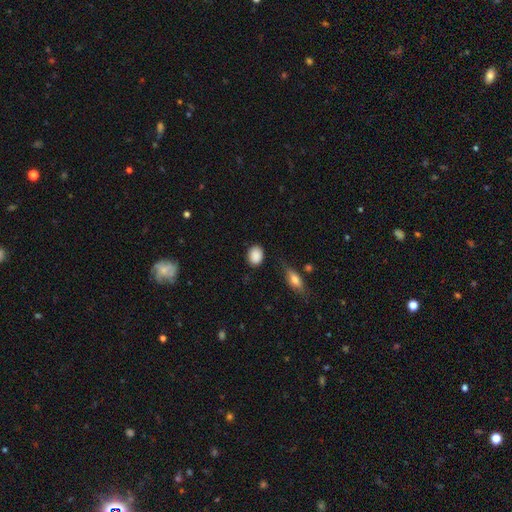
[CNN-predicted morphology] Smooth or featured? Predicted: smooth (p=0.88). How rounded? Predicted: in between (p=0.57). Merging? Predicted: none (p=0.81).